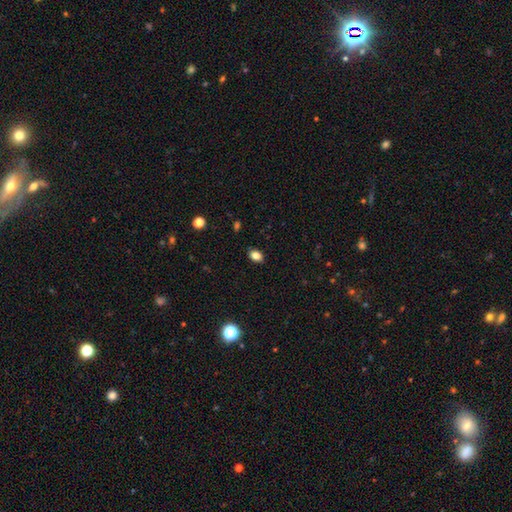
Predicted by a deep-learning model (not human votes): A smooth galaxy with no disk features (82%) that is in between round and cigar-shaped (75%).

Vote fractions:
- Smooth or featured? smooth: 82% / star or artifact: 12% / featured or disk: 6%
- How rounded? in between: 75% / round: 24% / cigar-shaped: 1%
- Merging? none: 88% / minor disturbance: 9% / major disturbance: 2% / merger: 1%